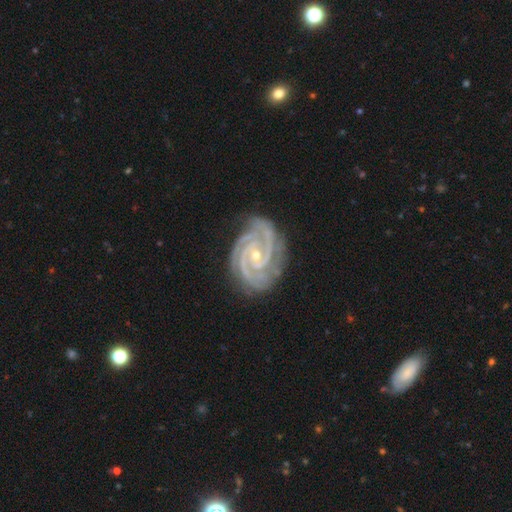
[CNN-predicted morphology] Smooth or featured? featured or disk (94%)
Edge-on disk? no (98%)
Bar? no (56%)
Spiral arms? yes (99%)
Spiral winding? tight (77%)
Spiral arm count? 2 (38%)
Bulge size? small (70%)
Merging? none (78%)